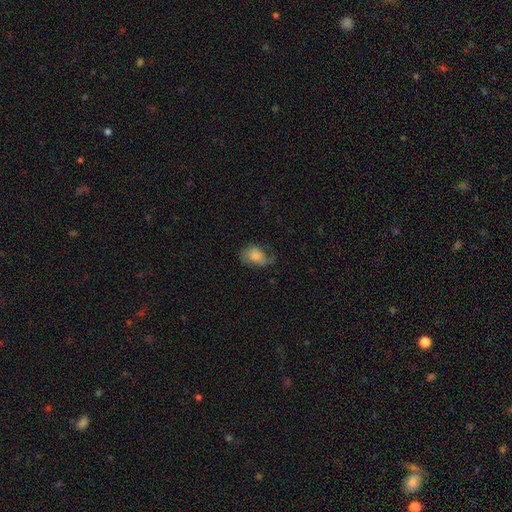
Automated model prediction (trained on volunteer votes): smooth_or_featured: smooth (p=0.68) [alt: featured or disk p=0.24]
how_rounded: in between (p=0.79) [alt: round p=0.19]
merging: none (p=0.40) [alt: minor disturbance p=0.32]